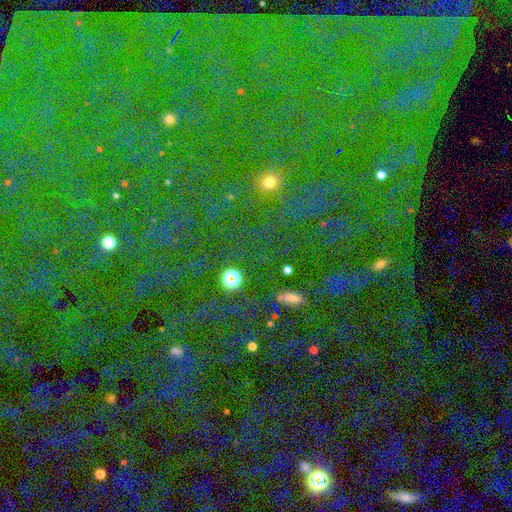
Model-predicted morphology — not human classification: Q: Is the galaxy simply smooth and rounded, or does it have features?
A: star or artifact — 79%.